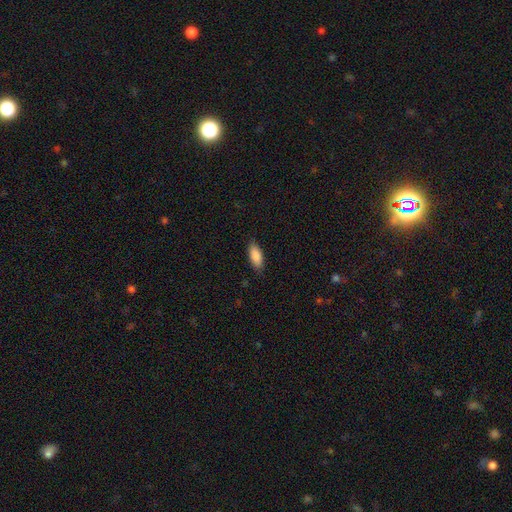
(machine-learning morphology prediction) Overall: smooth (88%). How rounded: in between (81%). Merging: none (83%).